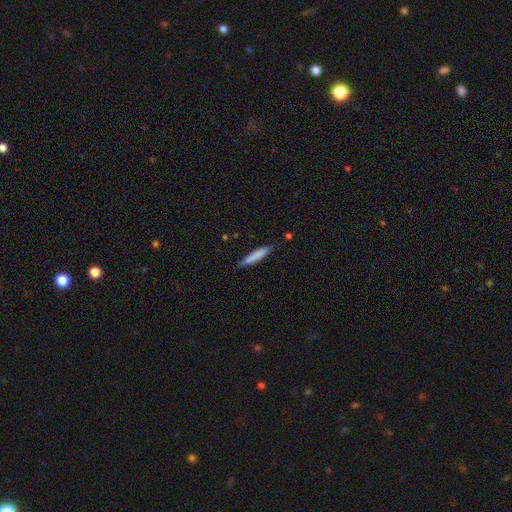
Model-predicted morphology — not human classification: Smooth or featured: smooth — 79% (featured or disk — 15%)
How rounded: cigar-shaped — 90% (in between — 9%)
Merging: none — 82% (minor disturbance — 14%)